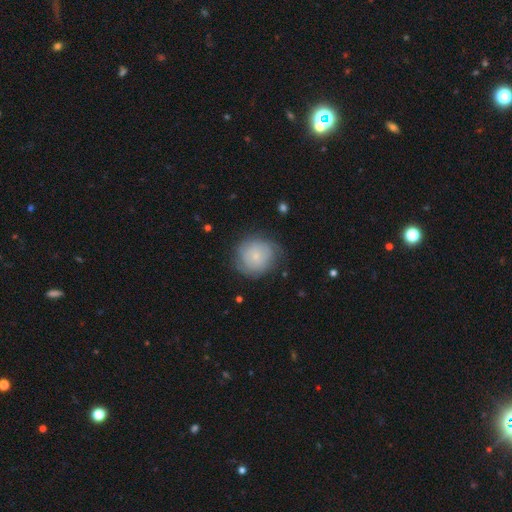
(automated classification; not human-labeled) This is likely a smooth galaxy (60%). How rounded: clearly round (90%). Merging: likely none (70%).